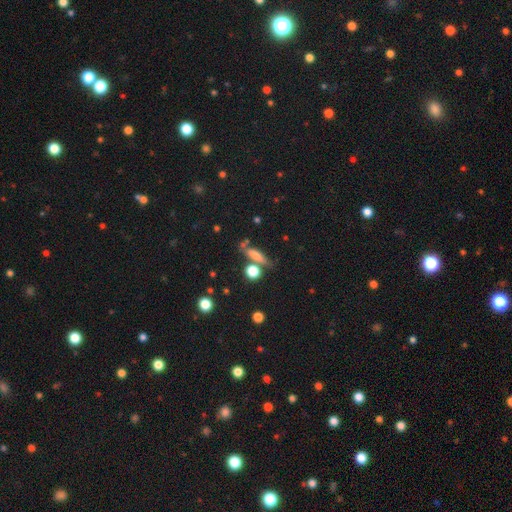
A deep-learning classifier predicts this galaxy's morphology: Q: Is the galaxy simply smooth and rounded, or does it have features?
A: smooth — 66%.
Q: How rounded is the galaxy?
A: cigar-shaped — 58%.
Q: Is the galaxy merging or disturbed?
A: none — 65%.